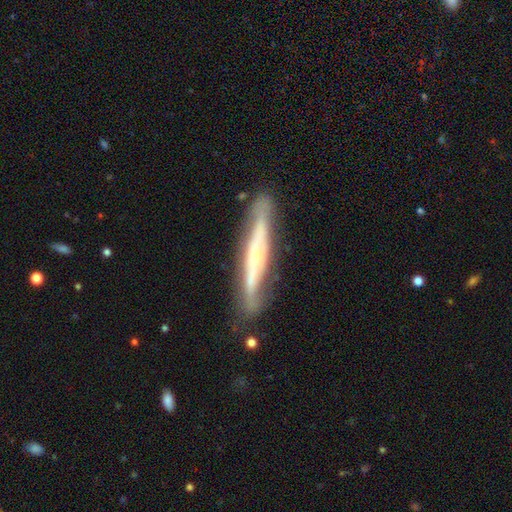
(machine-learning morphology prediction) Overall: featured or disk (69%). Edge-on disk: yes (79%). Edge-on bulge: rounded (60%; none 32%). Merging: none (78%).